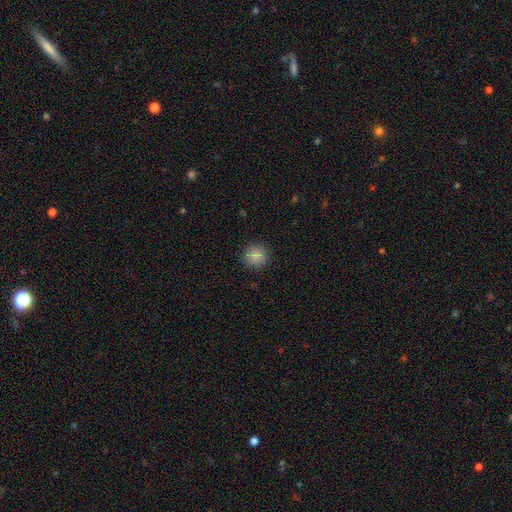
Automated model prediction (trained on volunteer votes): smooth 84%, star or artifact 10%, featured or disk 6%. Down the decision tree: how rounded — round (93%); merging — none (89%).